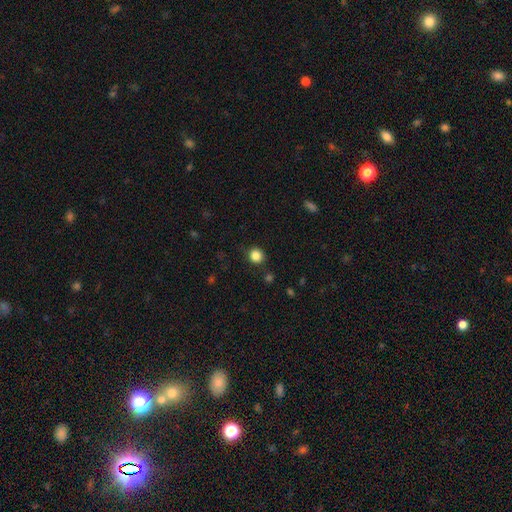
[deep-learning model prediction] smooth 85%, star or artifact 12%, featured or disk 4%. Down the decision tree: how rounded — round (88%); merging — none (87%).